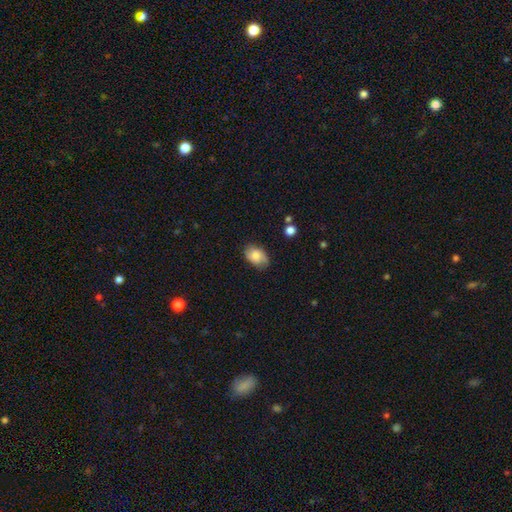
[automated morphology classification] The model was most divided on "smooth or featured": smooth: 70%, featured or disk: 22%, star or artifact: 8%. More confident: how rounded — in between (83%); merging — none (74%).